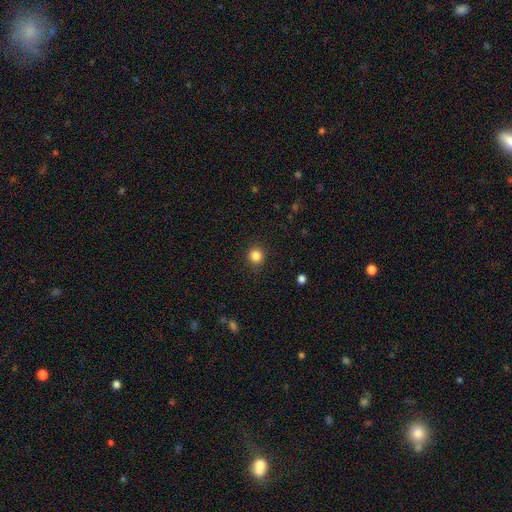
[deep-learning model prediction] This is clearly a smooth galaxy (85%). How rounded: clearly round (91%). Merging: clearly none (90%).